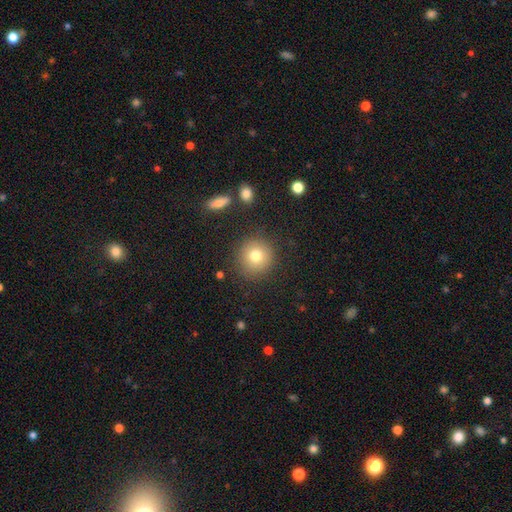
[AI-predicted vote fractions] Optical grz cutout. It shows a smooth galaxy with no disk features (77%) that is round (92%). Merging: none (86%).